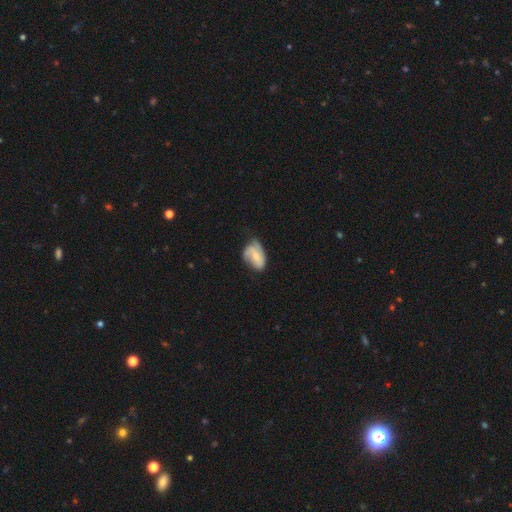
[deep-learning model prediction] A featured or disk galaxy (55%) with no bar (59%), spiral arms (77%) and a small central bulge (53%). Merging: none (40%).